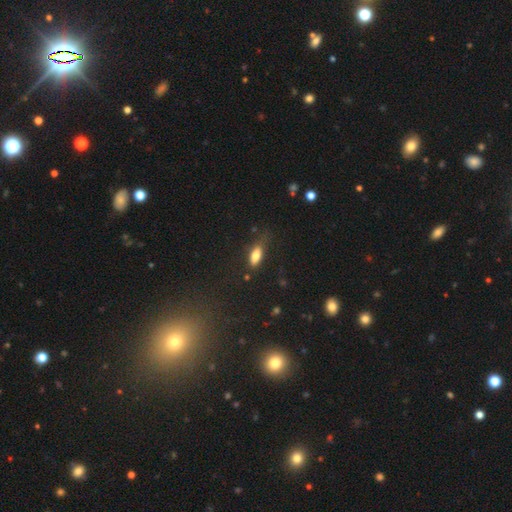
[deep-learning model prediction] Smooth or featured? Predicted: smooth (p=0.78). How rounded? Predicted: in between (p=0.75). Merging? Predicted: none (p=0.63).